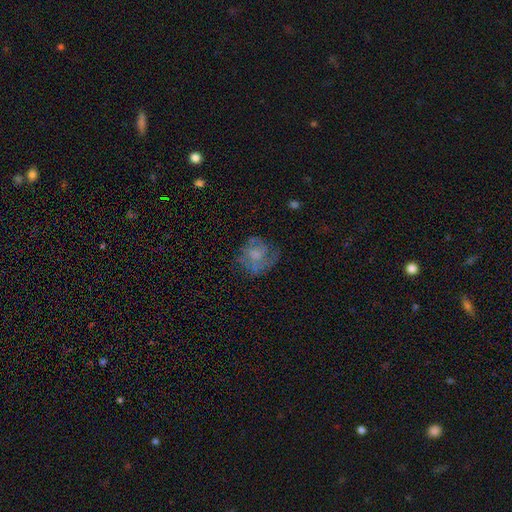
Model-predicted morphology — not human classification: Smooth or featured? featured or disk (50%)
Merging? none (55%)